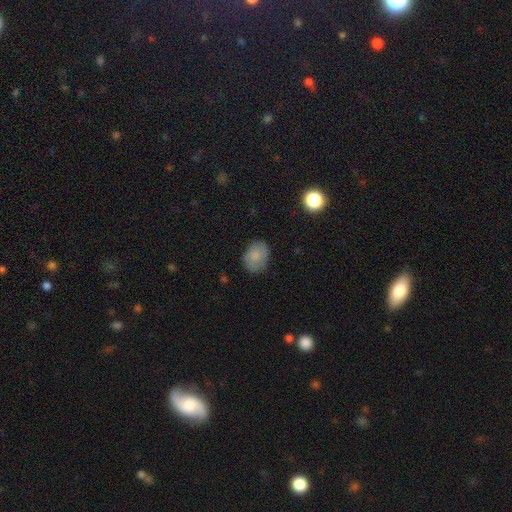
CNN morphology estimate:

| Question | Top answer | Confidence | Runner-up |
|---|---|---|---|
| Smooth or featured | smooth | 77% | featured or disk (15%) |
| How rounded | in between | 68% | round (31%) |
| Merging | none | 76% | minor disturbance (18%) |